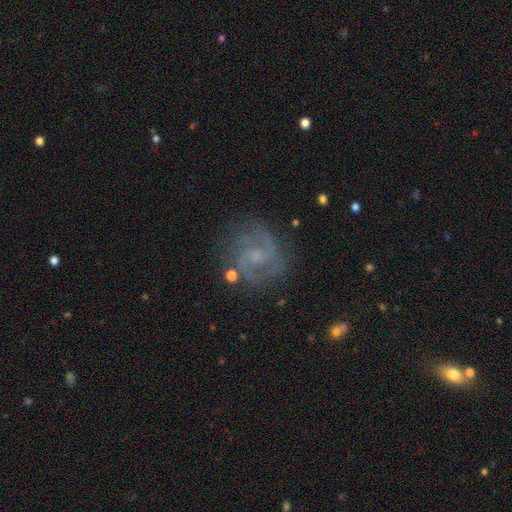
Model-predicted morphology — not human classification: Overall: featured or disk (74%). Edge-on disk: no (97%). Bar: weak (48%; no 43%). Spiral arms: yes (92%). Spiral arm count: 2 (70%). Spiral winding: medium (51%; tight 27%). Bulge size: small (55%; moderate 23%). Merging: none (75%).